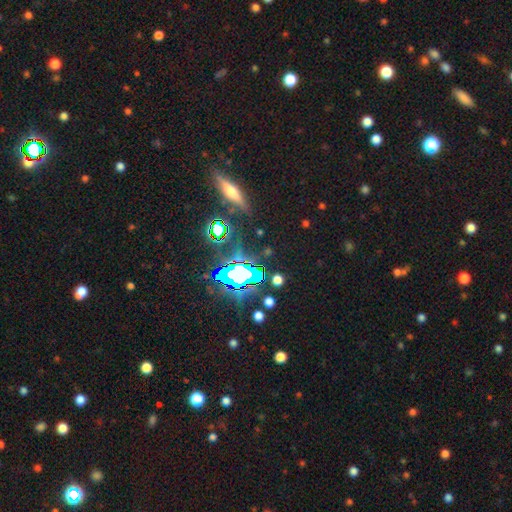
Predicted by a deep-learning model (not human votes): smooth_or_featured: star or artifact (p=0.65) [alt: smooth p=0.18]